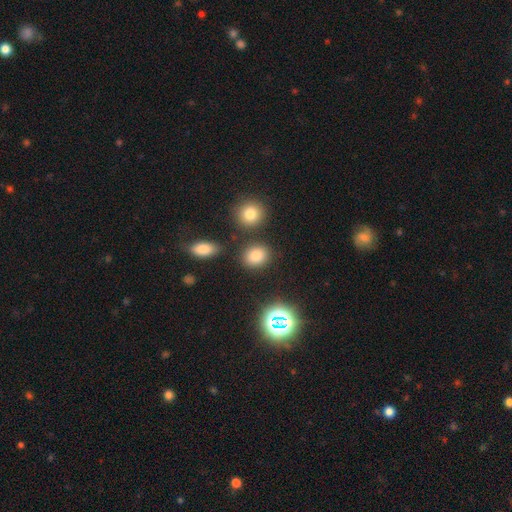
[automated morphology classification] Overall: smooth (78%). How rounded: round (56%; in between 42%). Merging: none (84%).